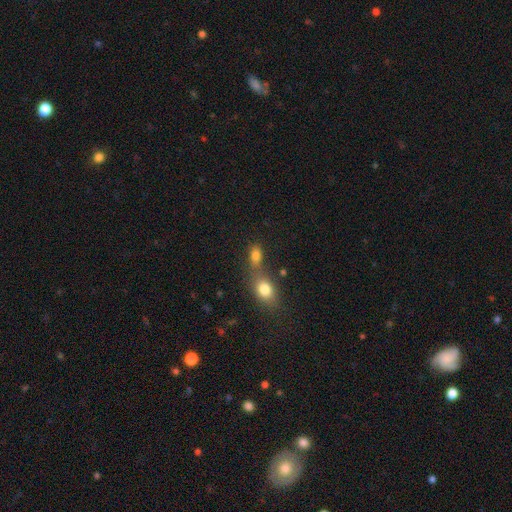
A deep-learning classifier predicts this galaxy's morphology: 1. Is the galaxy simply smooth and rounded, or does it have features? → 79% smooth, 13% star or artifact, 8% featured or disk.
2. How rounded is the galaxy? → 75% in between, 21% round, 4% cigar-shaped.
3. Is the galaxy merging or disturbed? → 47% merger, 38% none, 9% minor disturbance, 5% major disturbance.